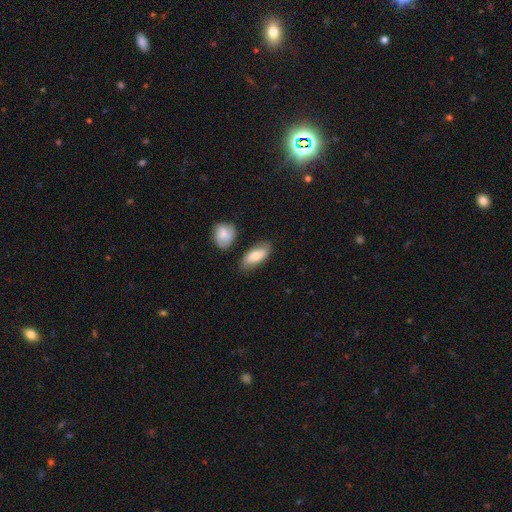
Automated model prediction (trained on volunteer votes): A smooth galaxy with no disk features (74%) that is in between round and cigar-shaped (86%).

Vote fractions:
- Smooth or featured? smooth: 74% / featured or disk: 20% / star or artifact: 6%
- How rounded? in between: 86% / cigar-shaped: 10% / round: 3%
- Merging? none: 72% / minor disturbance: 18% / merger: 6% / major disturbance: 4%